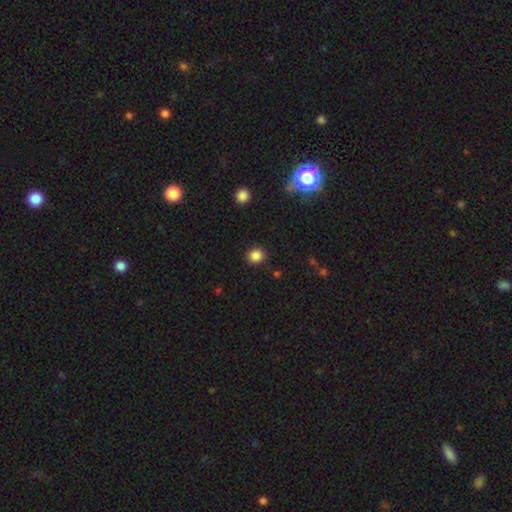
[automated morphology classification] Smooth or featured?
  - smooth: 85% *
  - star or artifact: 11%
  - featured or disk: 3%
How rounded?
  - round: 82% *
  - in between: 17%
  - cigar-shaped: 1%
Merging?
  - none: 90% *
  - minor disturbance: 6%
  - major disturbance: 2%
  - merger: 1%